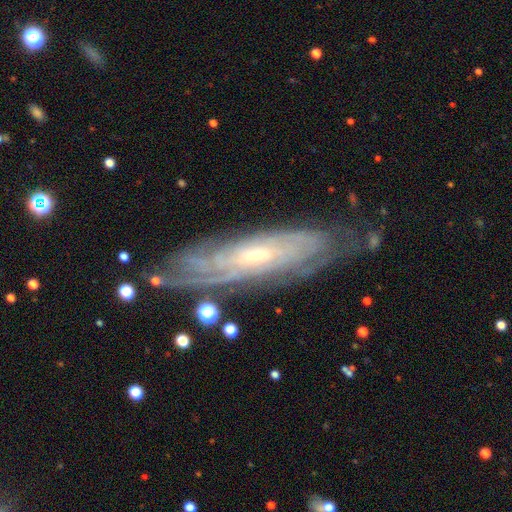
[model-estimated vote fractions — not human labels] smooth-or-featured: featured or disk: 83% | smooth: 10% | star or artifact: 7%
  disk-edge-on: no: 79% | yes: 21%
    bar: no: 64% | weak: 27% | strong: 10%
    has-spiral-arms: yes: 95% | no: 5%
      spiral-winding: tight: 80% | medium: 17% | loose: 4%
      spiral-arm-count: can't tell: 52% | more than 4: 12% | 4: 12% | 3: 9% | 2: 9% | 1: 5%
    bulge-size: small: 69% | moderate: 27% | none: 2% | large: 2% | dominant: 1%
  merging: none: 77% | minor disturbance: 16% | major disturbance: 5% | merger: 2%